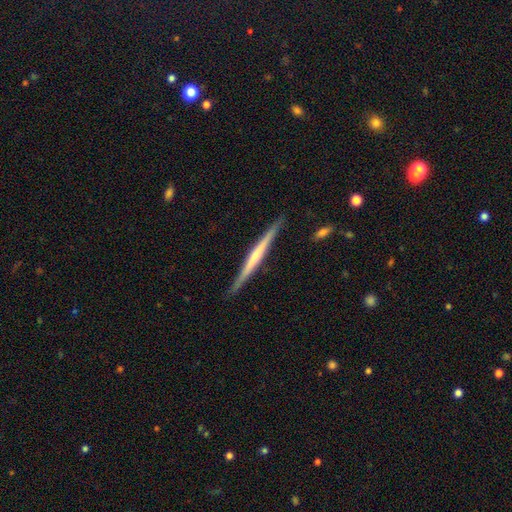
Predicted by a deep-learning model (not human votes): Q: Smooth or featured?
A: featured or disk (65%); runner-up: smooth (29%)
Q: Edge-on disk?
A: yes (98%); runner-up: no (2%)
Q: Edge-on bulge?
A: none (57%); runner-up: rounded (31%)
Q: Merging?
A: none (89%); runner-up: minor disturbance (8%)